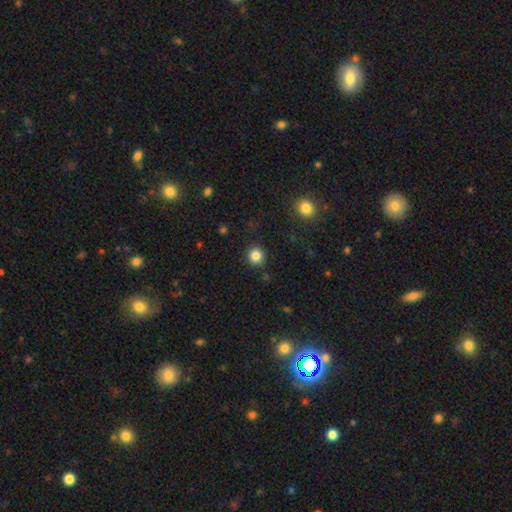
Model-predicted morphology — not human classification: This is clearly a smooth galaxy (85%). How rounded: clearly round (92%). Merging: clearly none (89%).